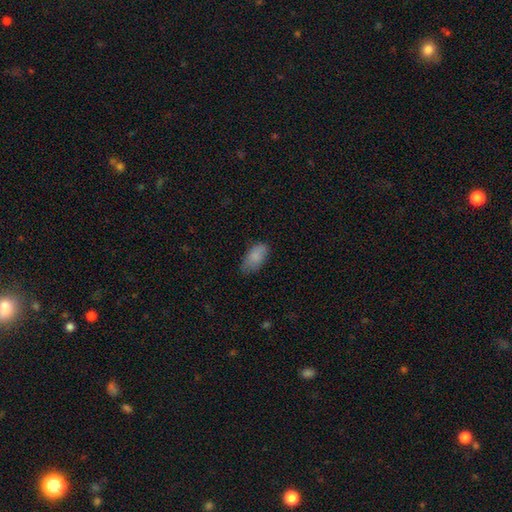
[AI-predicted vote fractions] smooth 84%, featured or disk 8%, star or artifact 8%. Down the decision tree: how rounded — in between (92%); merging — none (64%).